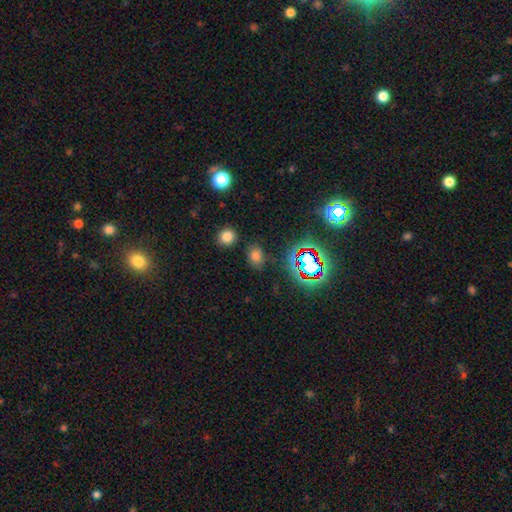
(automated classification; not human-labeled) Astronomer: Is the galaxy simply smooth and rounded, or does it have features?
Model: smooth — 64%.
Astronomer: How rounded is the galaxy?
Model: in between — 57% (runner-up: round, 41%).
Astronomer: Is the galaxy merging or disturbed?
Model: none — 76%.